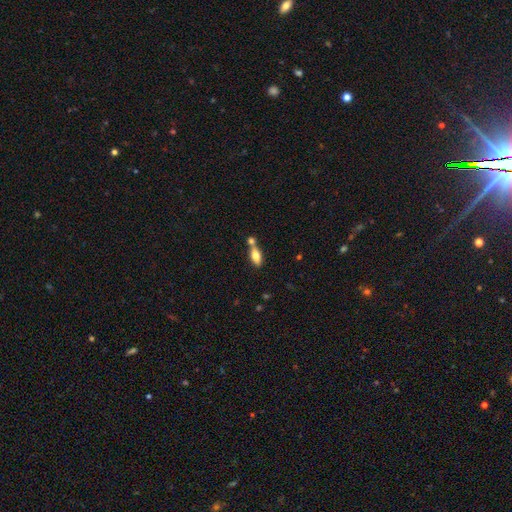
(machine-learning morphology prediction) Smooth or featured? Predicted: smooth (p=0.68). How rounded? Predicted: in between (p=0.76). Merging? Predicted: none (p=0.53).